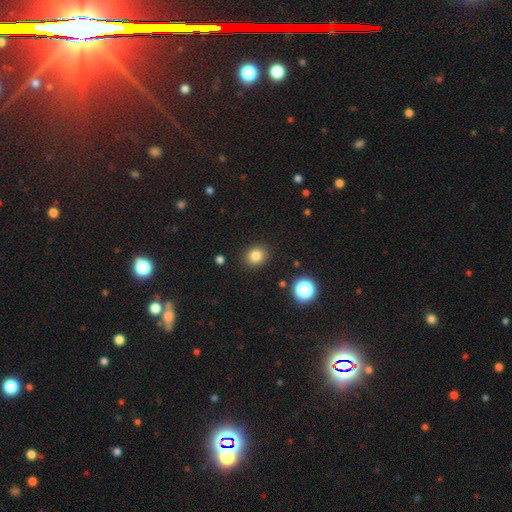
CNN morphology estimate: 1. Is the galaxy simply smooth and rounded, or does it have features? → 82% smooth, 13% star or artifact, 5% featured or disk.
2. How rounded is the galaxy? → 67% round, 32% in between, 1% cigar-shaped.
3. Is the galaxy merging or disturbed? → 89% none, 7% minor disturbance, 2% major disturbance, 1% merger.